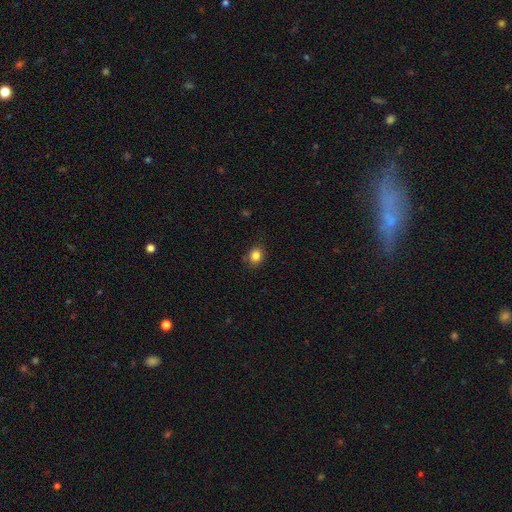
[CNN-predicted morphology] This is clearly a smooth galaxy (84%). How rounded: likely round (74%). Merging: clearly none (82%).